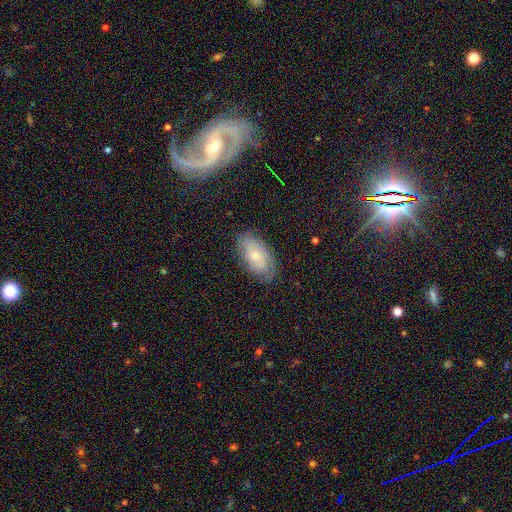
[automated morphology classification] This appears to be a smooth galaxy with no disk features (47%). Merging: none (76%).